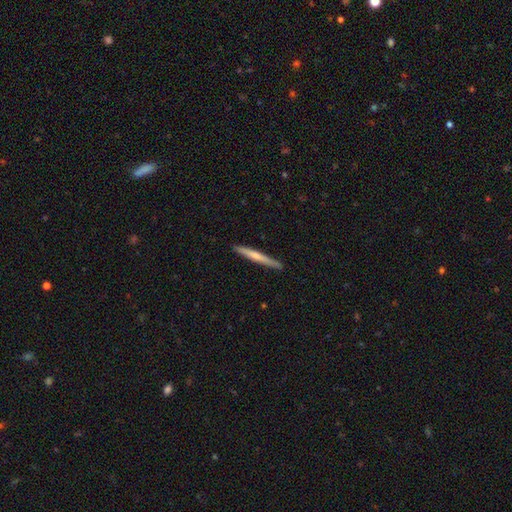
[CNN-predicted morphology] A smooth galaxy with no disk features (51%) that is cigar-shaped (97%). Merging: none (90%).